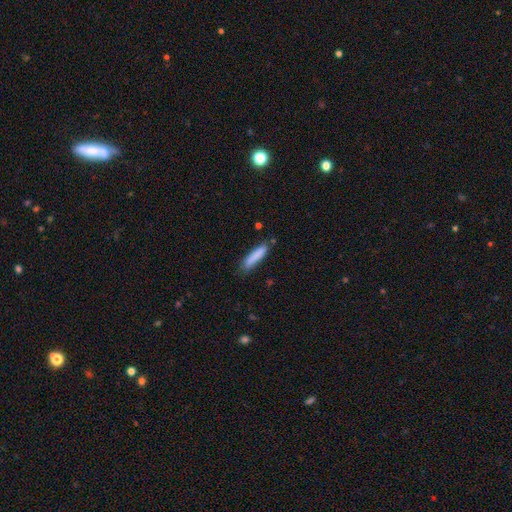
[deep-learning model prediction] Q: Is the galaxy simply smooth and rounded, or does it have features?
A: smooth — 85%.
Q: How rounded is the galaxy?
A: cigar-shaped — 83%.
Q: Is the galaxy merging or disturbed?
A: none — 74%.